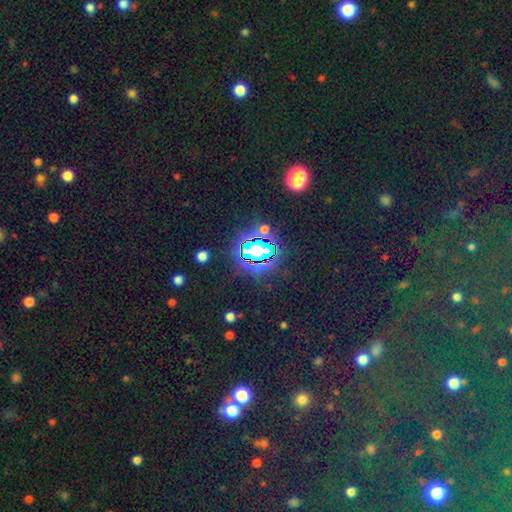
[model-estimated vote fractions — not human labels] Smooth or featured? Predicted: star or artifact (p=0.76).